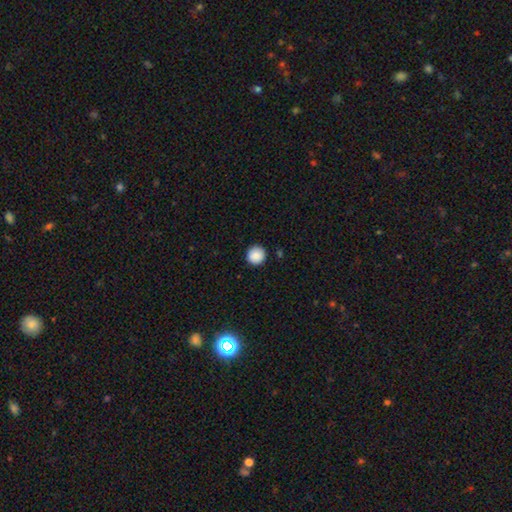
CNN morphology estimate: Smooth or featured? smooth (88%)
How rounded? round (95%)
Merging? none (92%)